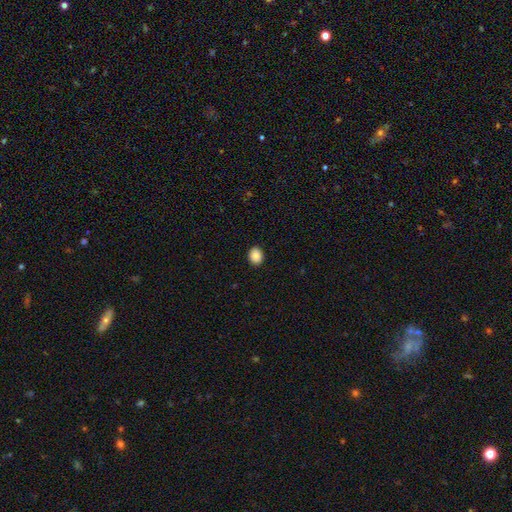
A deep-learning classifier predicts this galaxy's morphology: A smooth galaxy with no disk features (87%) that is in between round and cigar-shaped (52%). Merging: none (90%).